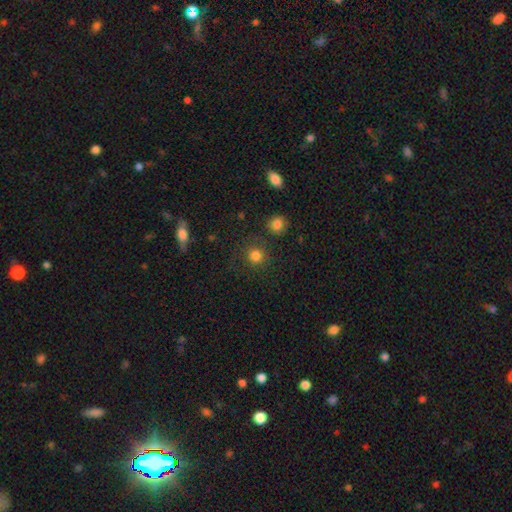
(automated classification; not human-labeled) Smooth or featured?
  - smooth: 82% *
  - star or artifact: 14%
  - featured or disk: 5%
How rounded?
  - round: 93% *
  - in between: 6%
  - cigar-shaped: 1%
Merging?
  - none: 83% *
  - minor disturbance: 8%
  - merger: 5%
  - major disturbance: 4%